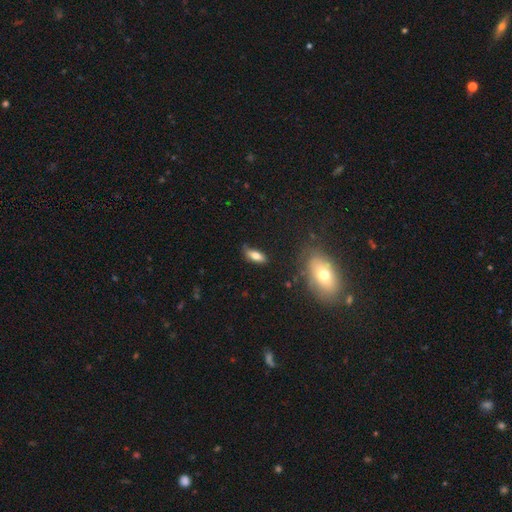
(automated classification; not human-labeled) Morphology: type=smooth (73%); roundness=in between (79%); merging=none (71%).